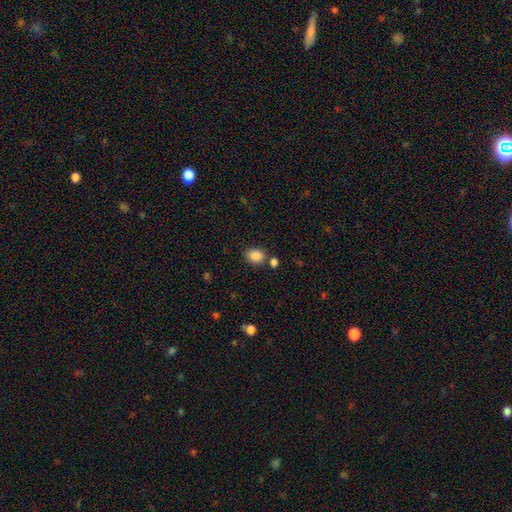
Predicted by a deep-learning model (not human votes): Smooth or featured? smooth (87%)
How rounded? in between (65%)
Merging? none (73%)